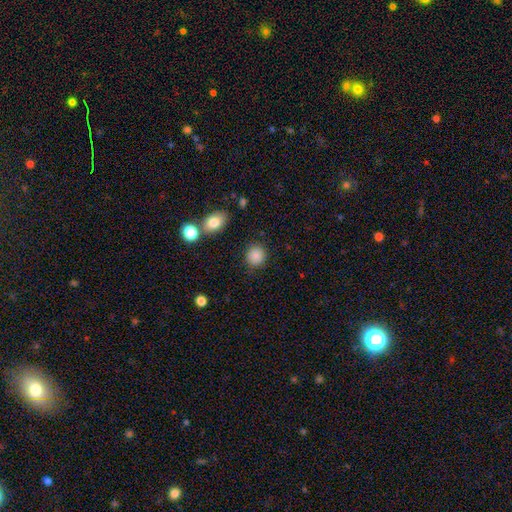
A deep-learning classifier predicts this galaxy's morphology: smooth-or-featured: smooth: 86% | star or artifact: 9% | featured or disk: 5%
  how-rounded: round: 84% | in between: 15% | cigar-shaped: 1%
  merging: none: 87% | minor disturbance: 8% | major disturbance: 3% | merger: 2%